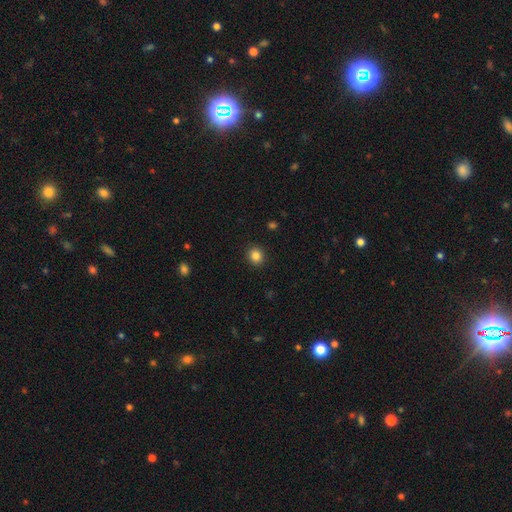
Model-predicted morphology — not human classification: smooth-or-featured: smooth: 85% | star or artifact: 11% | featured or disk: 4%
  how-rounded: round: 84% | in between: 15% | cigar-shaped: 1%
  merging: none: 92% | minor disturbance: 6% | major disturbance: 2% | merger: 1%